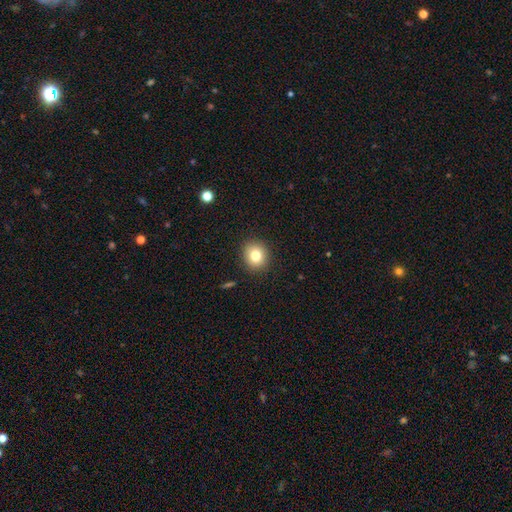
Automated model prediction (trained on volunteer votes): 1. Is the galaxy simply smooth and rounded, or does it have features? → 79% smooth, 11% star or artifact, 10% featured or disk.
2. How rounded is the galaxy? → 82% round, 18% in between, 1% cigar-shaped.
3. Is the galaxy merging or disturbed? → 89% none, 7% minor disturbance, 2% major disturbance, 1% merger.